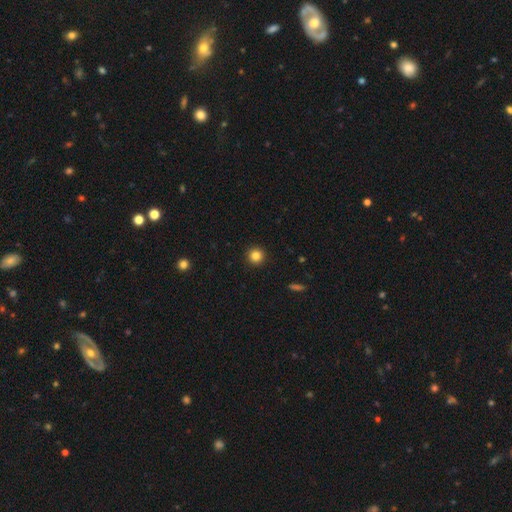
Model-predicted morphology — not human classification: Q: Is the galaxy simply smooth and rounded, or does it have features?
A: smooth — 84%.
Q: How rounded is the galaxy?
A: round — 96%.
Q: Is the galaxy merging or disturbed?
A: none — 93%.